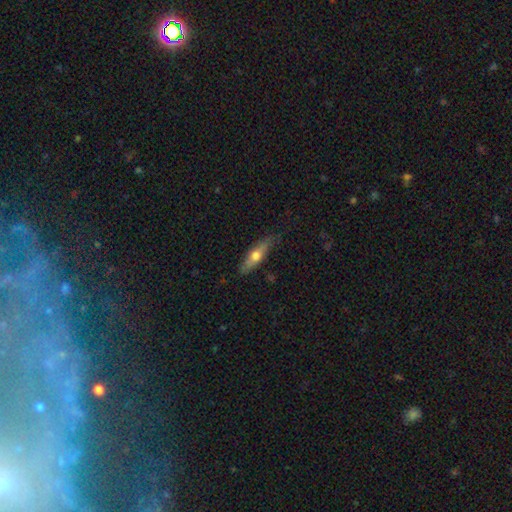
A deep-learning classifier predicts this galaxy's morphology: smooth 56%, featured or disk 38%, star or artifact 6%. Down the decision tree: how rounded — cigar-shaped (58%); merging — none (78%).